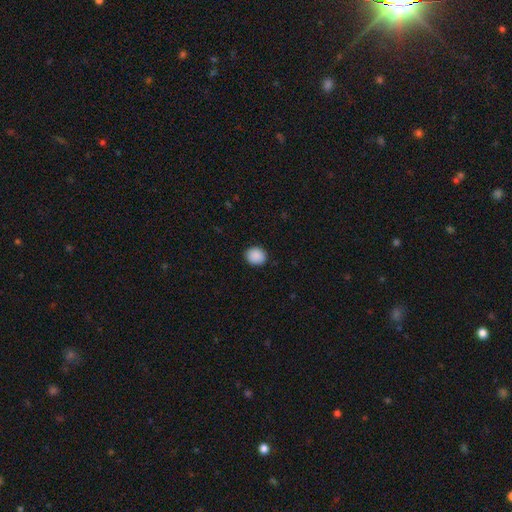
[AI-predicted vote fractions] smooth-or-featured: smooth: 90% | star or artifact: 8% | featured or disk: 3%
  how-rounded: round: 71% | in between: 29% | cigar-shaped: 1%
  merging: none: 89% | minor disturbance: 8% | major disturbance: 2% | merger: 1%